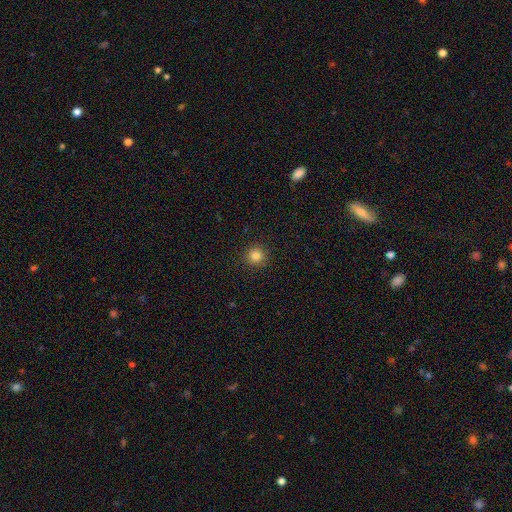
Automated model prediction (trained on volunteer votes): Smooth or featured? smooth (83%)
How rounded? round (94%)
Merging? none (92%)